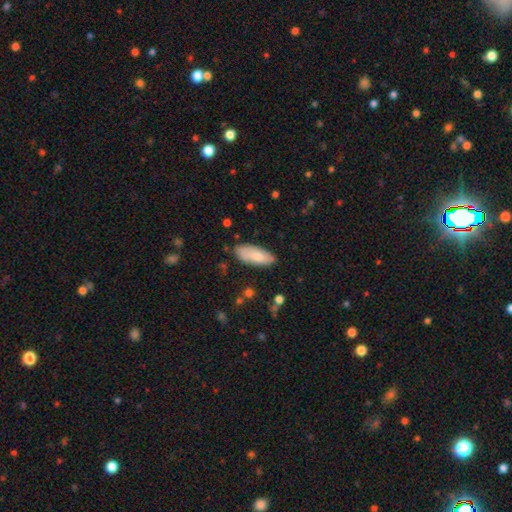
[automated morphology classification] The model was most divided on "how rounded": in between: 78%, cigar-shaped: 21%, round: 2%. More confident: smooth or featured — smooth (80%); merging — none (77%).